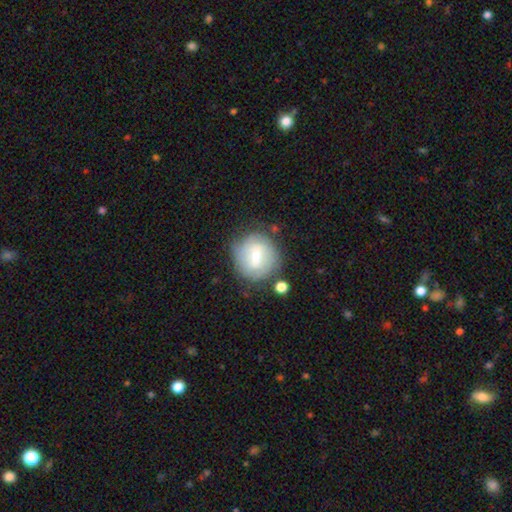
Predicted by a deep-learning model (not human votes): A featured or disk galaxy (48%).

Vote fractions:
- Smooth or featured? featured or disk: 48% / smooth: 45% / star or artifact: 8%
- Merging? none: 68% / minor disturbance: 19% / major disturbance: 7% / merger: 6%